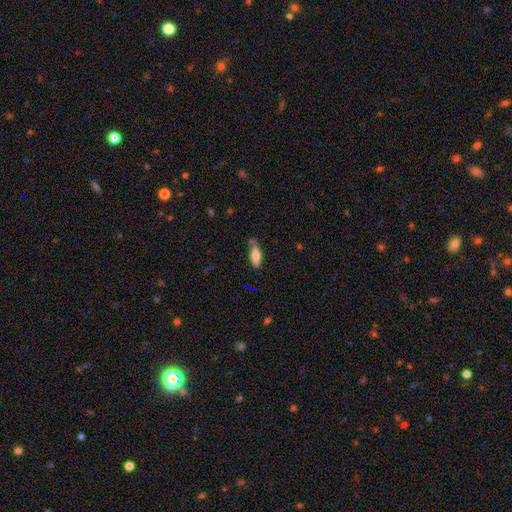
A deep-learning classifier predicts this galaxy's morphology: smooth-or-featured: smooth: 65% | featured or disk: 28% | star or artifact: 8%
  how-rounded: cigar-shaped: 52% | in between: 46% | round: 2%
  merging: none: 63% | minor disturbance: 23% | merger: 9% | major disturbance: 5%